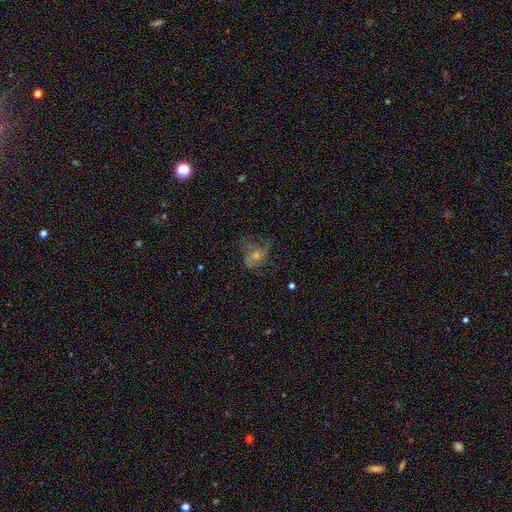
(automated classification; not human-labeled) Smooth or featured? featured or disk (55%)
Edge-on disk? no (97%)
Bar? no (81%)
Spiral arms? yes (64%)
Bulge size? small (47%)
Merging? none (38%)